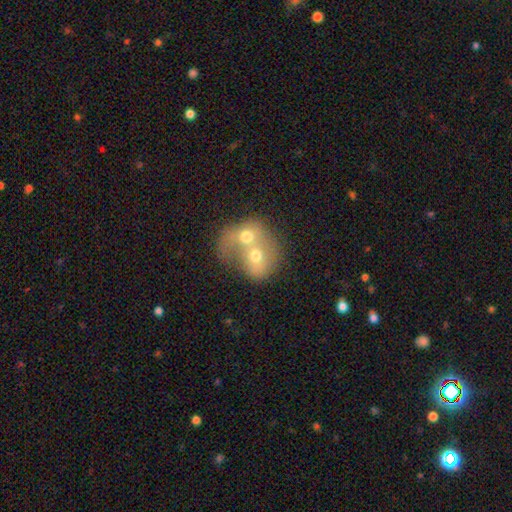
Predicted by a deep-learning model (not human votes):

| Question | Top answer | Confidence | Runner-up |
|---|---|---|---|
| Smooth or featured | smooth | 56% | featured or disk (33%) |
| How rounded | round | 57% | in between (42%) |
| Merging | merger | 81% | none (10%) |